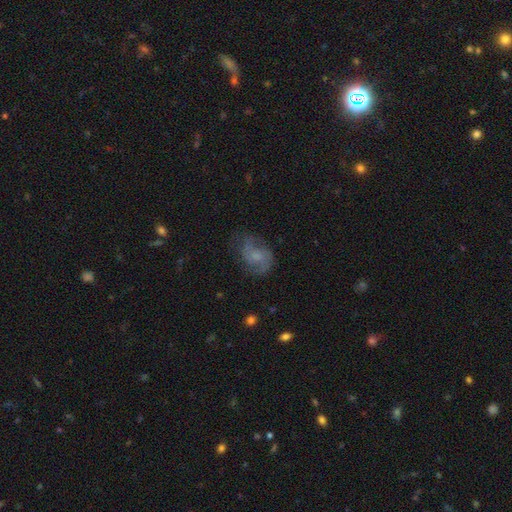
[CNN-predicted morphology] Smooth or featured: featured or disk — 57% (smooth — 32%)
Edge-on disk: no — 97% (yes — 3%)
Bar: no — 68% (weak — 28%)
Spiral arms: yes — 82% (no — 18%)
Bulge size: small — 36% (none — 29%)
Merging: none — 59% (minor disturbance — 23%)